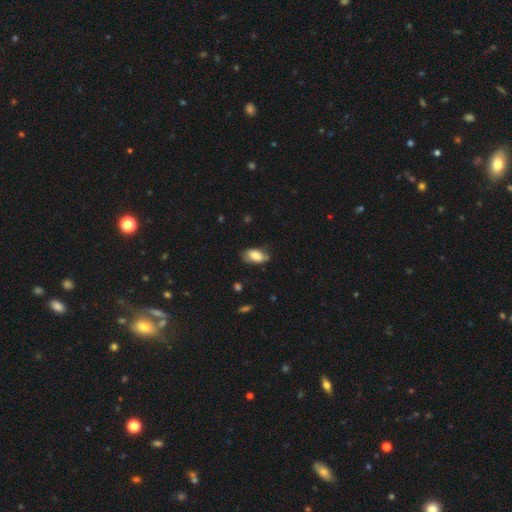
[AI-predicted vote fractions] A smooth galaxy with no disk features (80%) that is in between round and cigar-shaped (91%). Merging: none (64%).